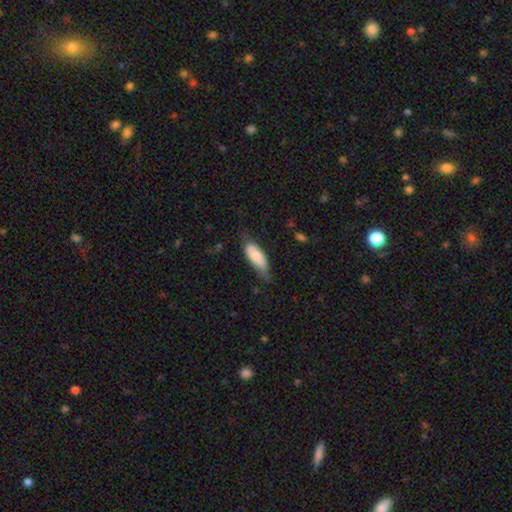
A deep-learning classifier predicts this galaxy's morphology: Smooth or featured?
  - smooth: 79% *
  - featured or disk: 16%
  - star or artifact: 6%
How rounded?
  - in between: 76% *
  - cigar-shaped: 22%
  - round: 2%
Merging?
  - none: 48% *
  - minor disturbance: 39%
  - major disturbance: 12%
  - merger: 2%